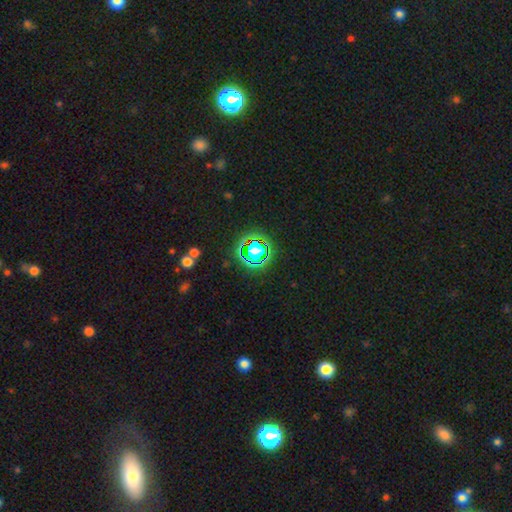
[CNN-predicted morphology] Q: Smooth or featured?
A: star or artifact (77%); runner-up: smooth (15%)